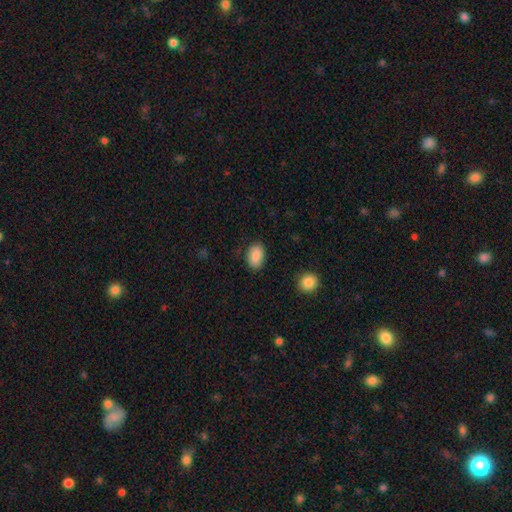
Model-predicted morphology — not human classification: This is clearly a smooth galaxy (89%). How rounded: clearly in between (88%). Merging: clearly none (85%).